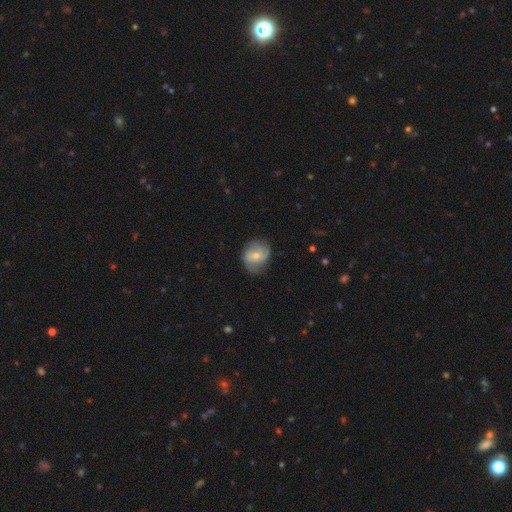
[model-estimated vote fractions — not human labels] featured or disk 54%, smooth 39%, star or artifact 7%. Down the decision tree: edge-on disk — no (97%); bar — no (51%); spiral arms — yes (81%); bulge size — small (49%); merging — none (64%).